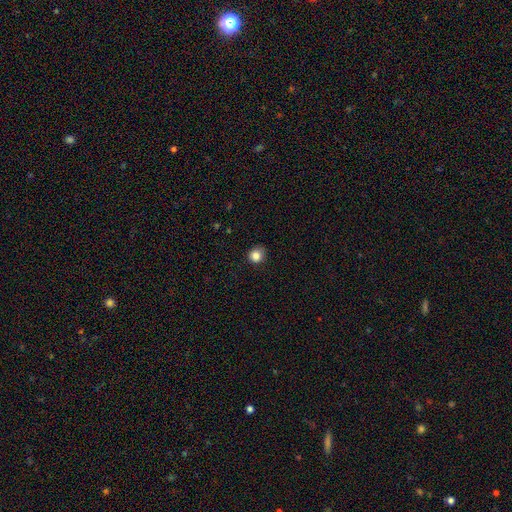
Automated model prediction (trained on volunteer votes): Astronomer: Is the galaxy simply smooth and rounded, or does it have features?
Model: smooth — 85%.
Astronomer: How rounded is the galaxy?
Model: round — 87%.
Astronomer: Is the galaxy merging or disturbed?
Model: none — 82%.